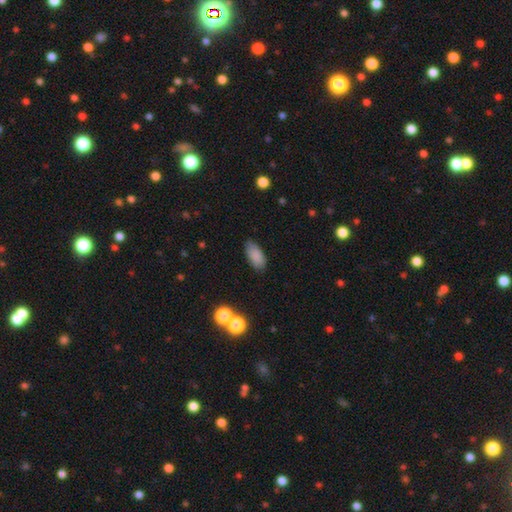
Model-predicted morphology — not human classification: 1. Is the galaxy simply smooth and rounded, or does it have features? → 86% smooth, 8% star or artifact, 5% featured or disk.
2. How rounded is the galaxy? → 89% in between, 8% cigar-shaped, 3% round.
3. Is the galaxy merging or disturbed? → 82% none, 14% minor disturbance, 3% major disturbance, 2% merger.